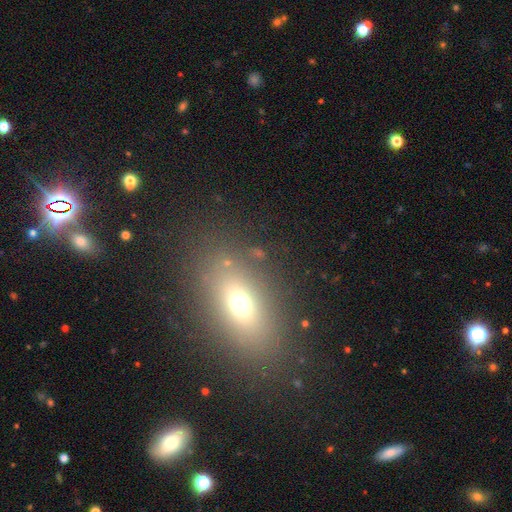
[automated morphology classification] Q: Smooth or featured?
A: smooth (64%); runner-up: star or artifact (20%)
Q: How rounded?
A: in between (74%); runner-up: round (19%)
Q: Merging?
A: none (82%); runner-up: minor disturbance (10%)